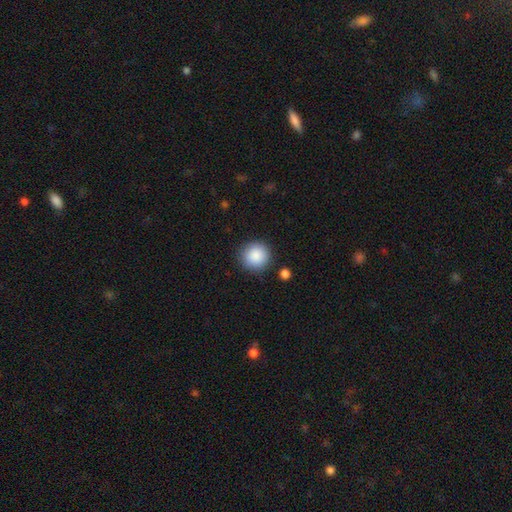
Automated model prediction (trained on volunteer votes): Overall: smooth (88%). How rounded: round (94%). Merging: none (88%).